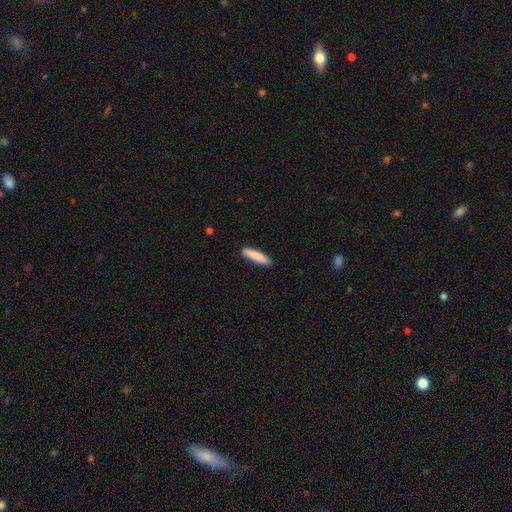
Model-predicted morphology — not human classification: type=smooth (87%); roundness=cigar-shaped (82%); merging=none (90%).